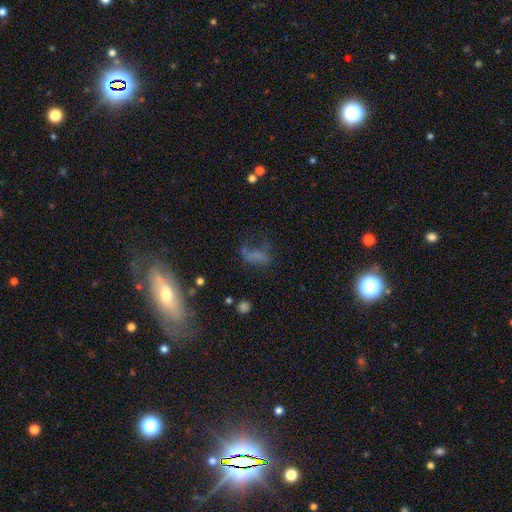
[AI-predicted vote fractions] smooth_or_featured: smooth (p=0.47) [alt: featured or disk p=0.29]
merging: major disturbance (p=0.41) [alt: none p=0.31]